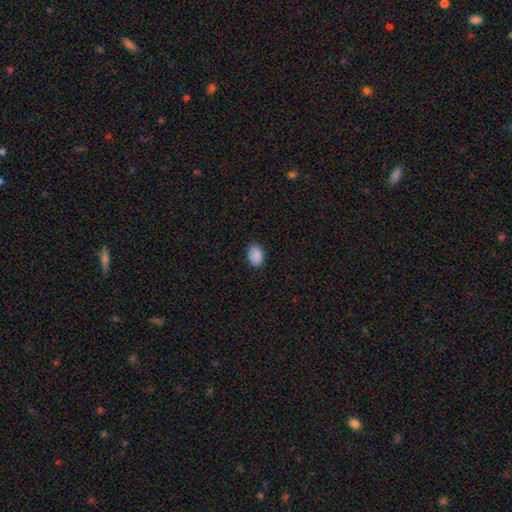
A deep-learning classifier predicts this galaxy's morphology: smooth 89%, star or artifact 8%, featured or disk 3%. Down the decision tree: how rounded — in between (83%); merging — none (86%).